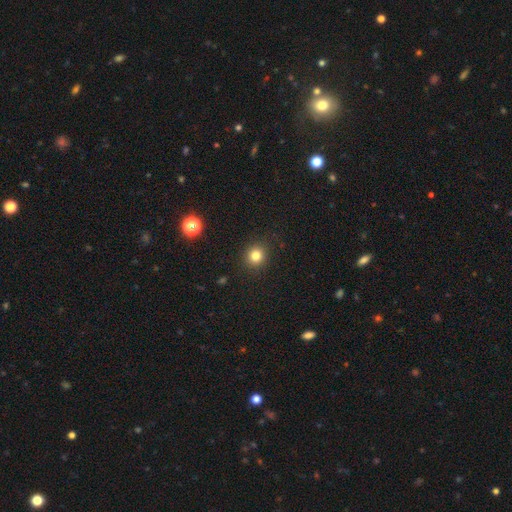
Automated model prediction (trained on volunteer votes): smooth 81%, star or artifact 13%, featured or disk 6%. Down the decision tree: how rounded — round (88%); merging — none (90%).